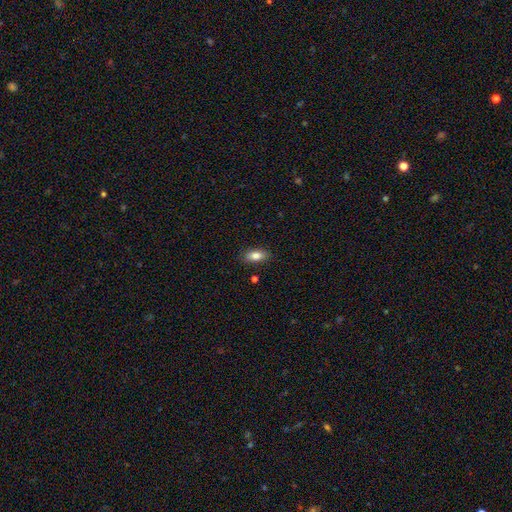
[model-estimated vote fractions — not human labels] Smooth or featured? smooth (83%)
How rounded? in between (86%)
Merging? none (86%)